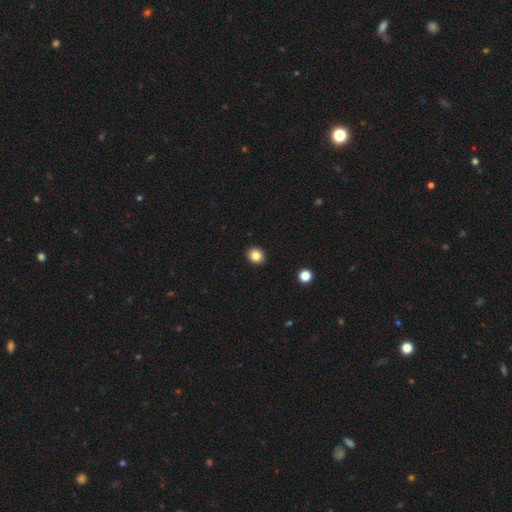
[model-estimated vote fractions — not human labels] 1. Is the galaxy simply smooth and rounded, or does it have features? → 84% smooth, 10% star or artifact, 5% featured or disk.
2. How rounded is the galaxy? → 72% round, 27% in between, 1% cigar-shaped.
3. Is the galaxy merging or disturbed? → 92% none, 5% minor disturbance, 1% major disturbance, 1% merger.